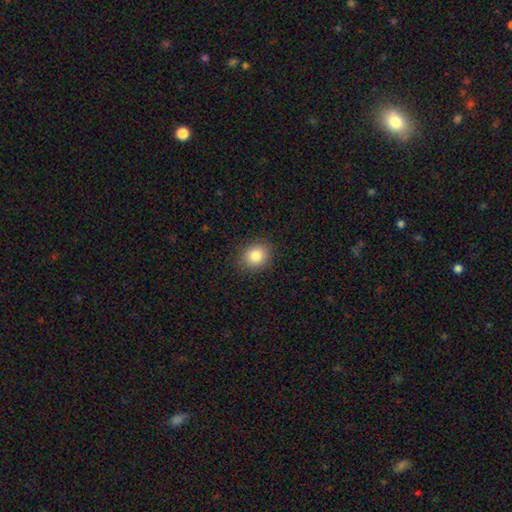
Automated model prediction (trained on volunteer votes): Smooth or featured?
  - smooth: 83% *
  - star or artifact: 10%
  - featured or disk: 6%
How rounded?
  - round: 71% *
  - in between: 28%
  - cigar-shaped: 1%
Merging?
  - none: 88% *
  - minor disturbance: 9%
  - major disturbance: 2%
  - merger: 1%